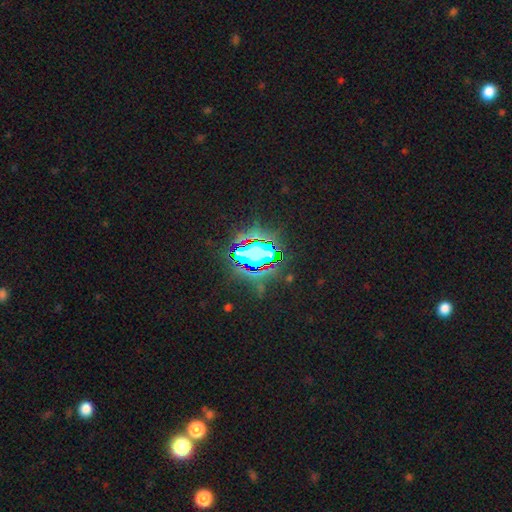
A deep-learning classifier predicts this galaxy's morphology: A star or artifact, not a galaxy (73%).

Vote fractions:
- Smooth or featured? star or artifact: 73% / smooth: 15% / featured or disk: 12%